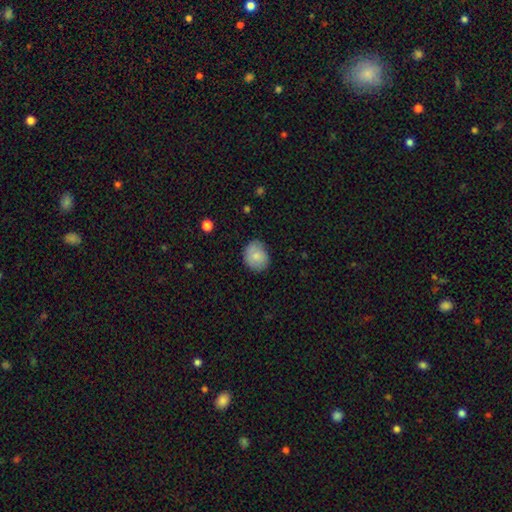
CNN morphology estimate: Smooth or featured? Predicted: smooth (p=0.81). How rounded? Predicted: round (p=0.60). Merging? Predicted: none (p=0.73).